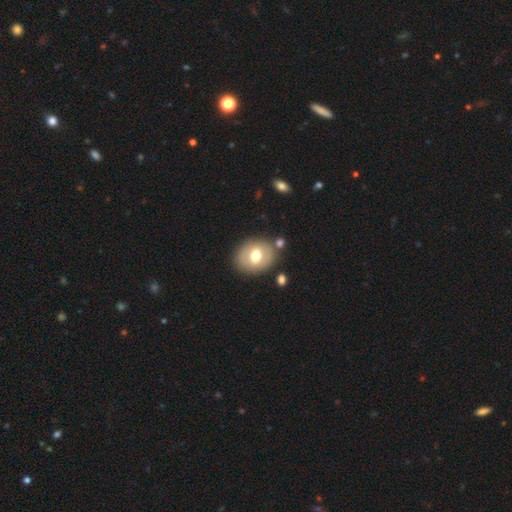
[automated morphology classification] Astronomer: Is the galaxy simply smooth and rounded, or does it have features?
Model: smooth — 63%.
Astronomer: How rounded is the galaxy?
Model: in between — 51% (runner-up: round, 48%).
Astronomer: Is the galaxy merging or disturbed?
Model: none — 79%.